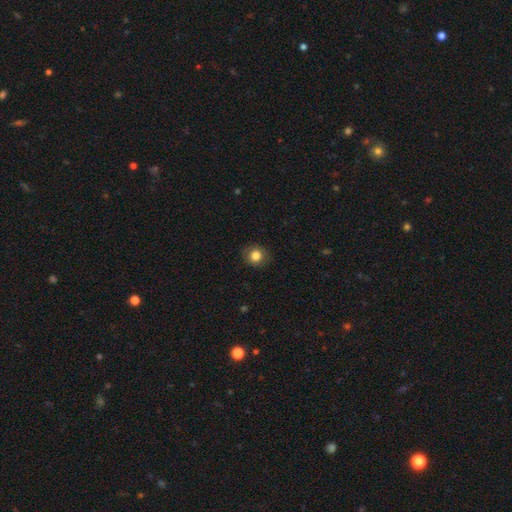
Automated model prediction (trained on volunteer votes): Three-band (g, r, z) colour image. It shows a smooth galaxy with no disk features (82%) that is round (81%). Merging: none (87%).